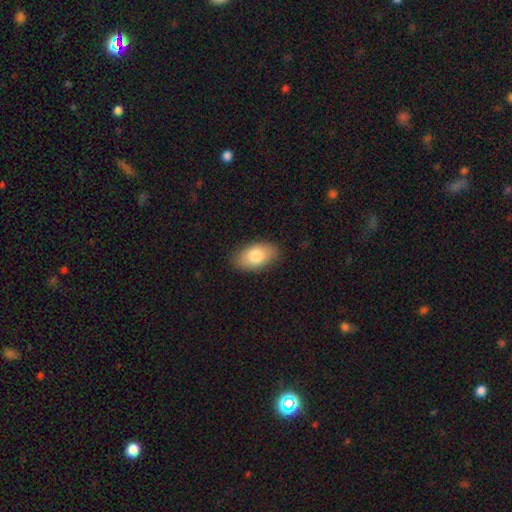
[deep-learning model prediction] Smooth or featured? smooth (80%)
How rounded? in between (93%)
Merging? none (86%)